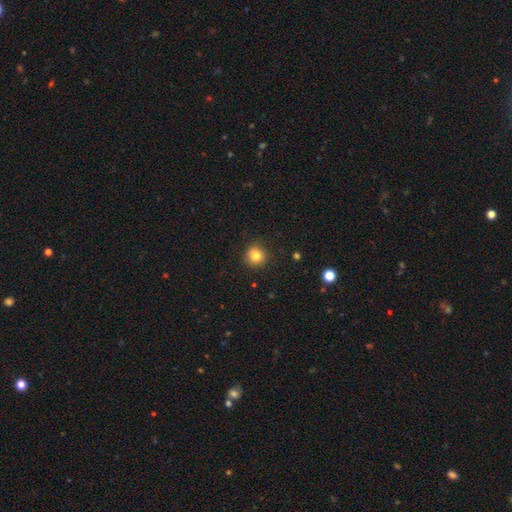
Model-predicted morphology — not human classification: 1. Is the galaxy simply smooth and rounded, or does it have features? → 82% smooth, 12% star or artifact, 7% featured or disk.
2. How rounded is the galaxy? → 89% round, 10% in between, 1% cigar-shaped.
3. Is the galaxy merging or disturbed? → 90% none, 7% minor disturbance, 2% major disturbance, 1% merger.